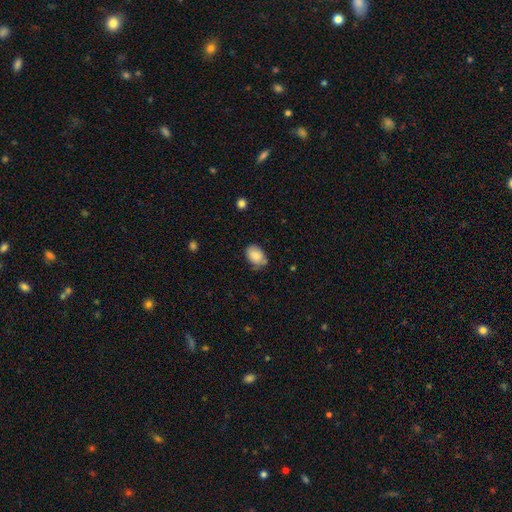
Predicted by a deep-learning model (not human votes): Smooth or featured? smooth (84%)
How rounded? in between (80%)
Merging? none (67%)